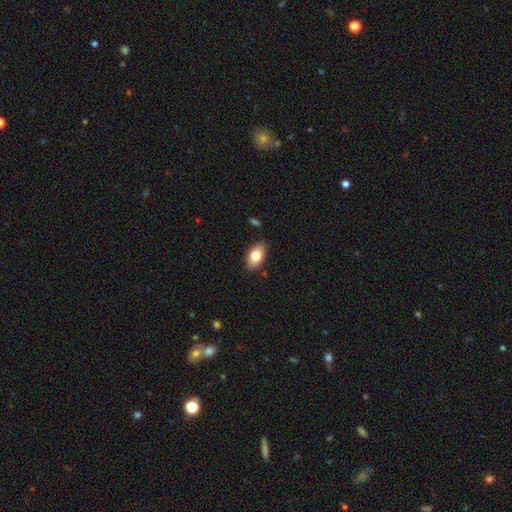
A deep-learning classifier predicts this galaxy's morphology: Overall: smooth (80%). How rounded: in between (92%). Merging: none (85%).